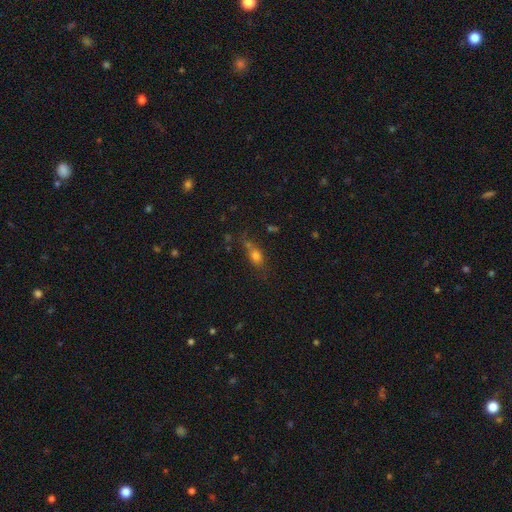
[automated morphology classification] A smooth galaxy with no disk features (71%) that is in between round and cigar-shaped (60%).

Vote fractions:
- Smooth or featured? smooth: 71% / star or artifact: 15% / featured or disk: 14%
- How rounded? in between: 60% / round: 28% / cigar-shaped: 12%
- Merging? none: 50% / minor disturbance: 20% / merger: 19% / major disturbance: 11%